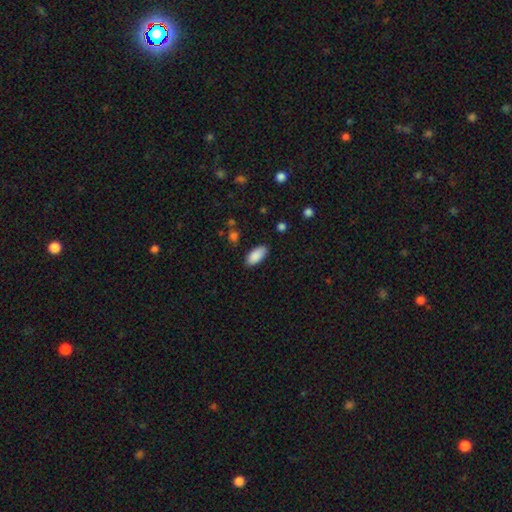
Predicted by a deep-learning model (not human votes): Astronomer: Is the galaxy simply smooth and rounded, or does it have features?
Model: smooth — 89%.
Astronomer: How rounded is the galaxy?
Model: in between — 91%.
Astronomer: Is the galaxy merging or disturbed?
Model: none — 85%.